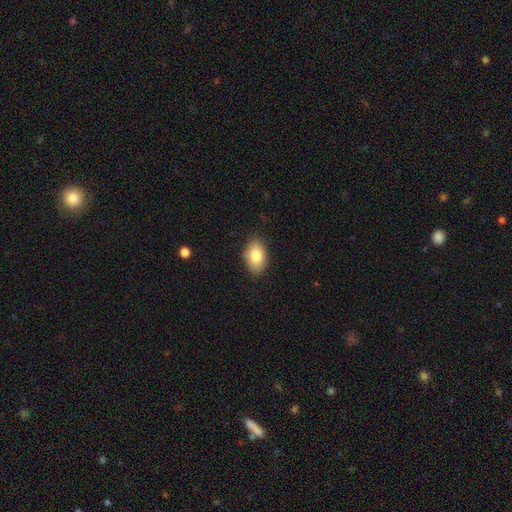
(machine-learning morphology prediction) smooth_or_featured: smooth (p=0.83) [alt: featured or disk p=0.10]
how_rounded: in between (p=0.91) [alt: round p=0.08]
merging: none (p=0.87) [alt: minor disturbance p=0.10]